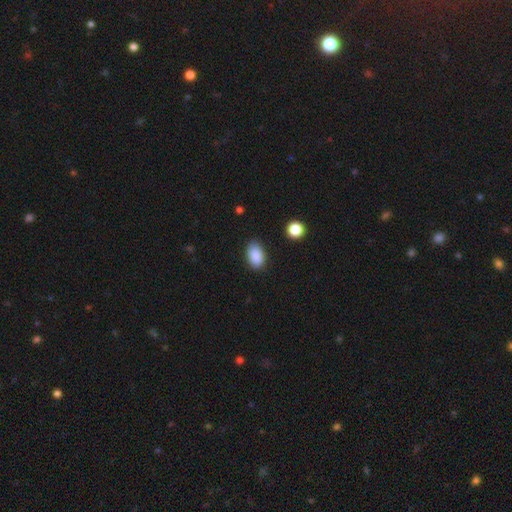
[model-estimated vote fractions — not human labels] smooth 89%, star or artifact 8%, featured or disk 4%. Down the decision tree: how rounded — in between (90%); merging — none (85%).